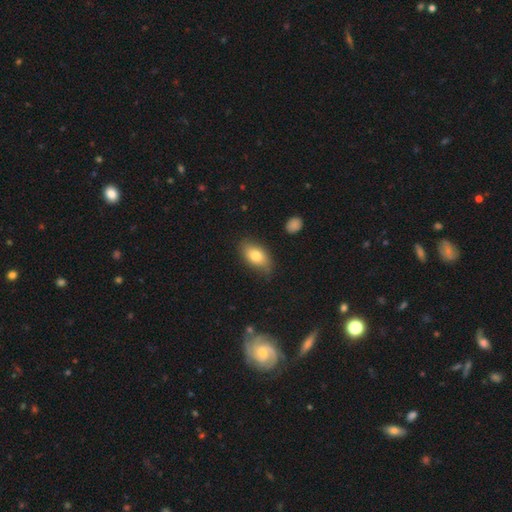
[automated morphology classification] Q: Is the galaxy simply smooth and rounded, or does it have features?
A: smooth — 78%.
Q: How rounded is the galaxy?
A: in between — 90%.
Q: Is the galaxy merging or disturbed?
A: none — 76%.